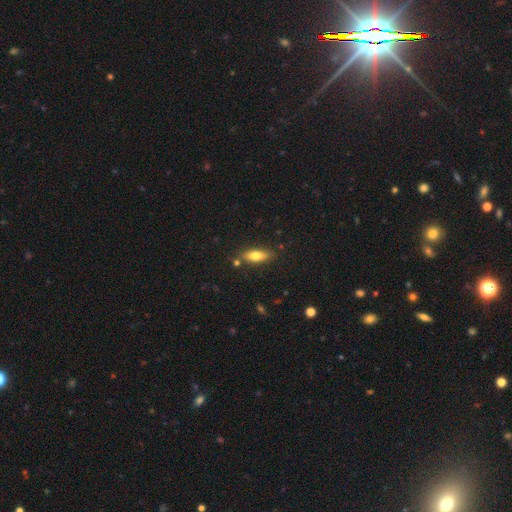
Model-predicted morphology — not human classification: Smooth or featured? smooth (71%)
How rounded? in between (63%)
Merging? none (79%)